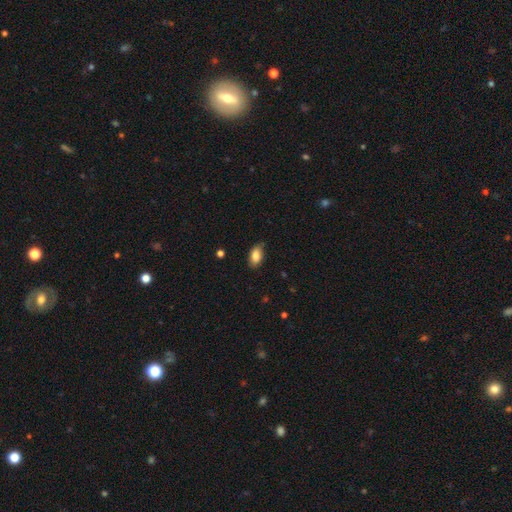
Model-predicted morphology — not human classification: type=smooth (84%); roundness=in between (92%); merging=none (75%).